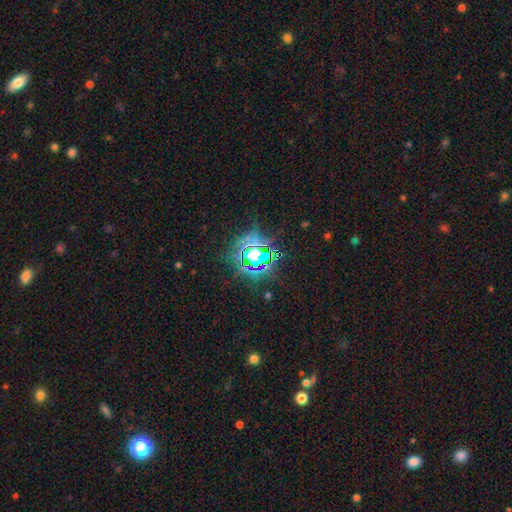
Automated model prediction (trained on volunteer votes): Smooth or featured?
  - star or artifact: 78% *
  - smooth: 12%
  - featured or disk: 10%